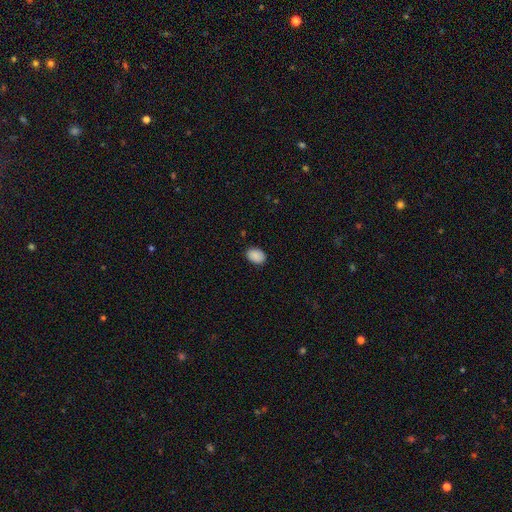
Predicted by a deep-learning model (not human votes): smooth_or_featured: smooth (p=0.89) [alt: star or artifact p=0.07]
how_rounded: in between (p=0.77) [alt: round p=0.22]
merging: none (p=0.87) [alt: minor disturbance p=0.10]